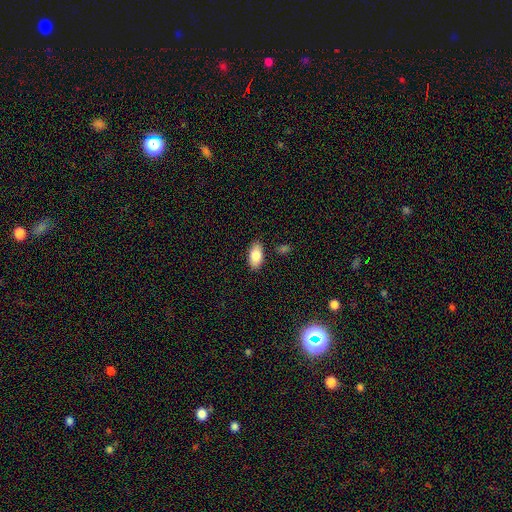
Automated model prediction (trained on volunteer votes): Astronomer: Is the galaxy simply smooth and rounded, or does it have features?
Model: smooth — 84%.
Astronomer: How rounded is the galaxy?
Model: in between — 93%.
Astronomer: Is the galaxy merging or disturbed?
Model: none — 86%.